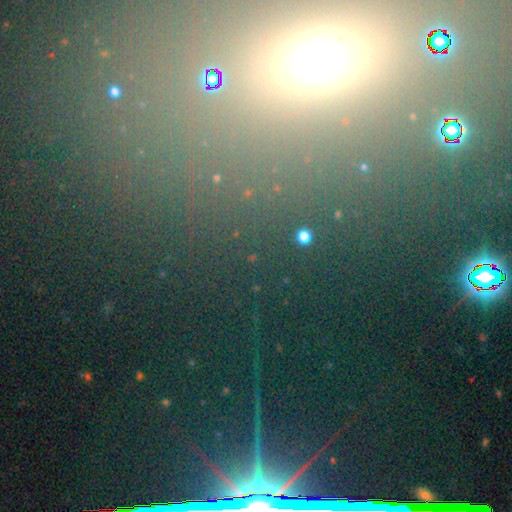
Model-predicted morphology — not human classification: The model was most divided on "smooth or featured": star or artifact: 67%, smooth: 23%, featured or disk: 10%.